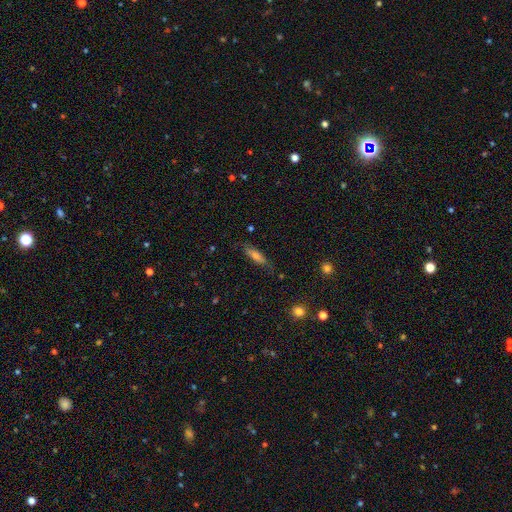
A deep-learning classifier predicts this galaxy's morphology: Smooth or featured: smooth — 54% (featured or disk — 36%)
How rounded: cigar-shaped — 67% (in between — 30%)
Merging: none — 76% (minor disturbance — 18%)